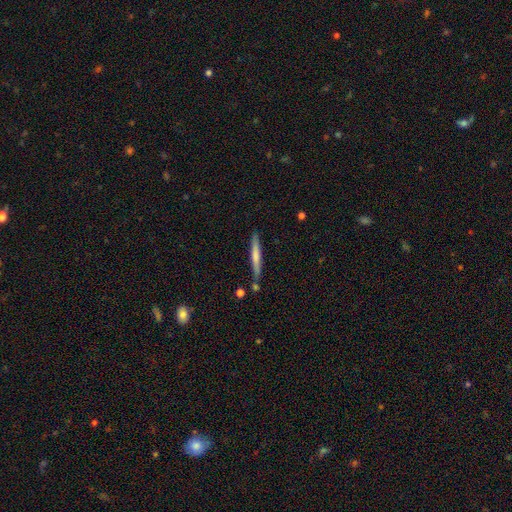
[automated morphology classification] A smooth galaxy with no disk features (58%) that is cigar-shaped (96%). Merging: none (81%).